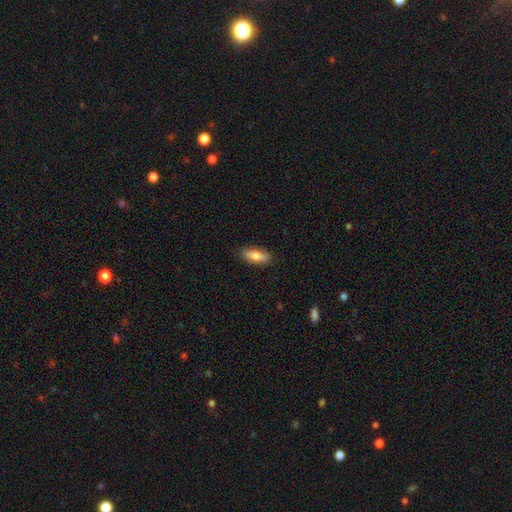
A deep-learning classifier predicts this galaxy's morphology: The model was most divided on "how rounded": in between: 72%, cigar-shaped: 26%, round: 3%. More confident: merging — none (86%); smooth or featured — smooth (74%).